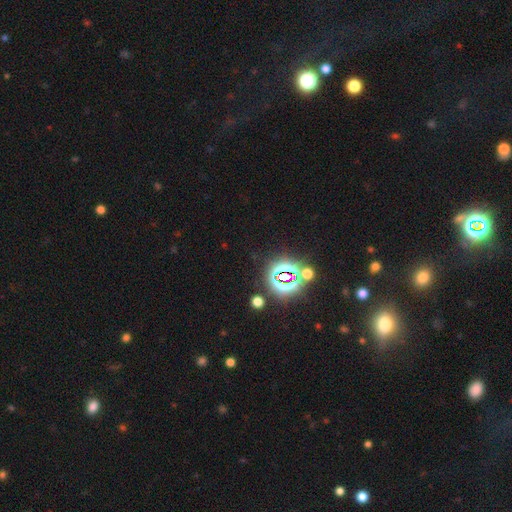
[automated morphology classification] smooth_or_featured: star or artifact (p=0.79) [alt: smooth p=0.13]